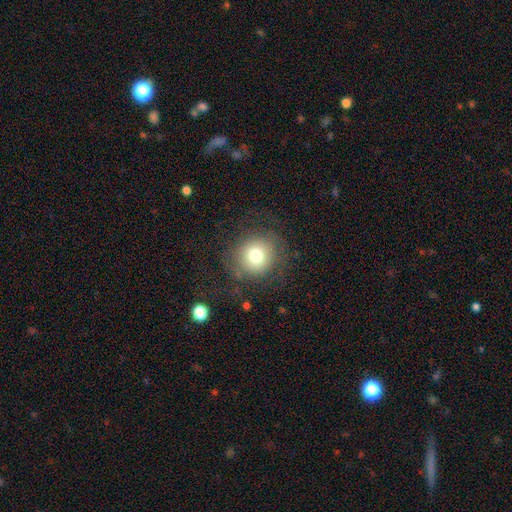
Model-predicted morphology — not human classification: Overall: smooth (73%). How rounded: round (88%). Merging: none (75%).